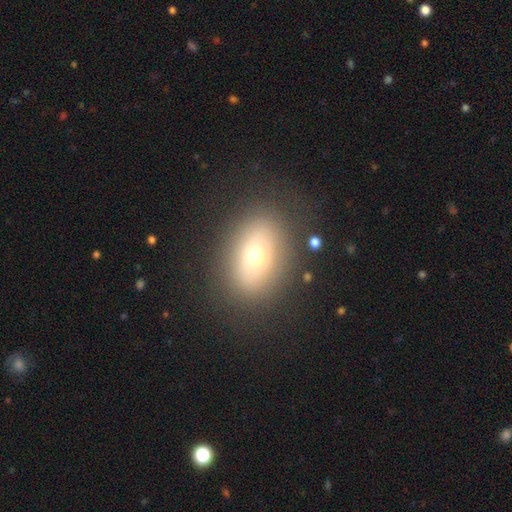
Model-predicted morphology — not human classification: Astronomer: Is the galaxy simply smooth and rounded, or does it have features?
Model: smooth — 61%.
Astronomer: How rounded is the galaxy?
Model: in between — 75%.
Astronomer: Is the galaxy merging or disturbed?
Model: none — 84%.